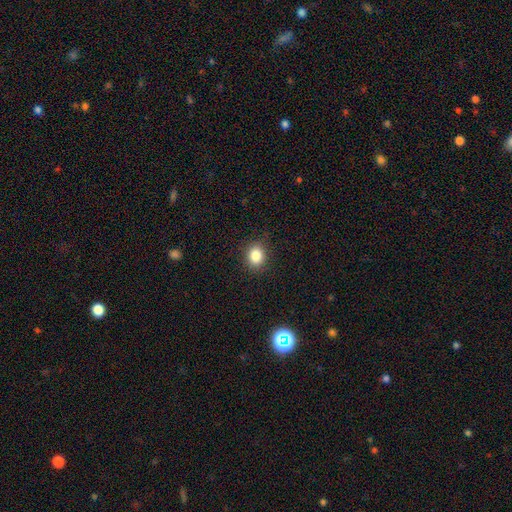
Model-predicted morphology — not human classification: Smooth or featured: smooth — 84% (star or artifact — 10%)
How rounded: round — 63% (in between — 37%)
Merging: none — 88% (minor disturbance — 8%)